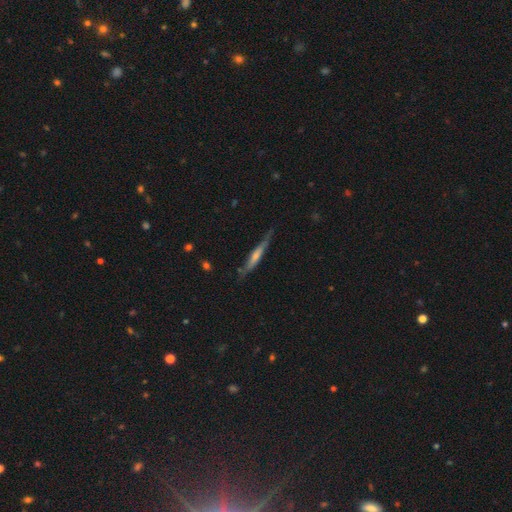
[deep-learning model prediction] This appears to be a featured or disk galaxy (66%) viewed edge-on (94%) with a rounded central bulge (59%). Merging: none (79%).